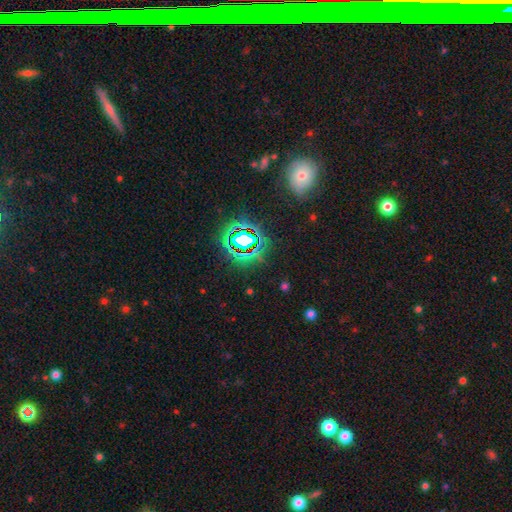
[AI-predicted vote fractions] smooth_or_featured: star or artifact (p=0.63) [alt: smooth p=0.22]